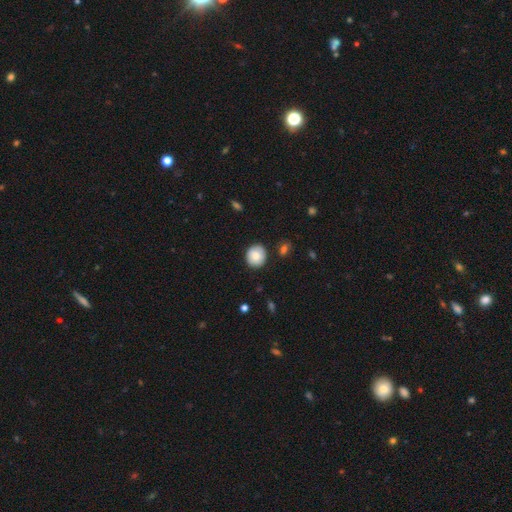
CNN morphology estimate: Smooth or featured? smooth (80%)
How rounded? round (85%)
Merging? none (86%)